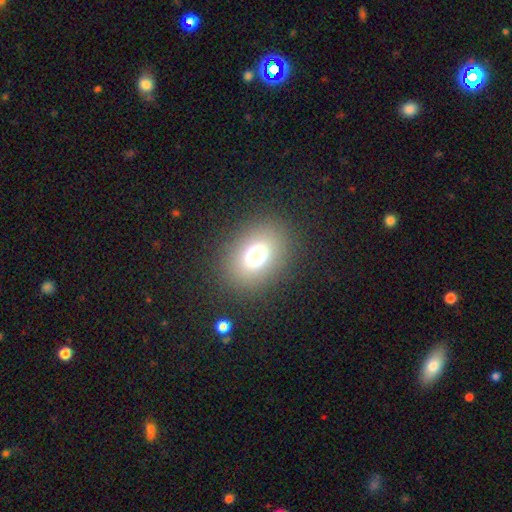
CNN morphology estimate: smooth 71%, star or artifact 17%, featured or disk 11%. Down the decision tree: how rounded — in between (60%); merging — none (86%).